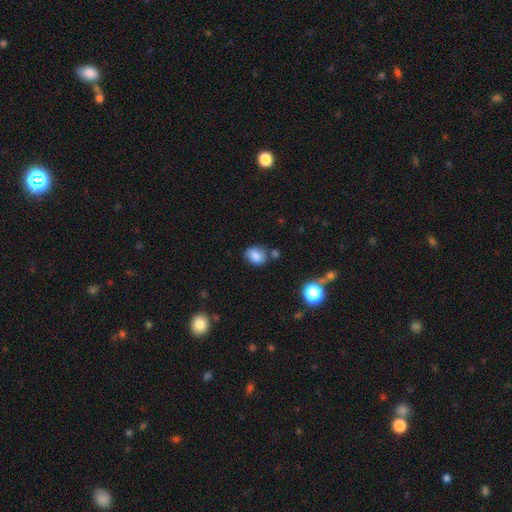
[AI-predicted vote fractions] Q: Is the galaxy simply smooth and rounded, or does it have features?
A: smooth — 81%.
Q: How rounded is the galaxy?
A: in between — 62%.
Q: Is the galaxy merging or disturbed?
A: none — 67%.